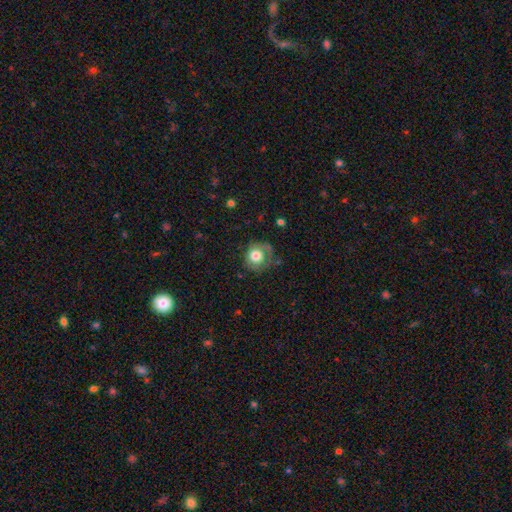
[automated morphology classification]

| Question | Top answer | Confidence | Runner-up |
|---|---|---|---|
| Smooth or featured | smooth | 67% | featured or disk (24%) |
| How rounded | round | 85% | in between (14%) |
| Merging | none | 54% | minor disturbance (25%) |